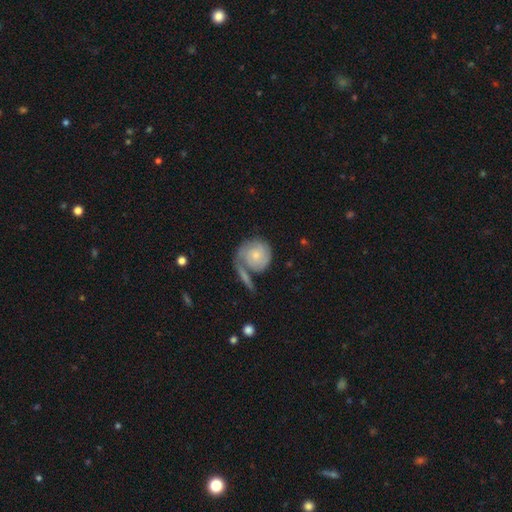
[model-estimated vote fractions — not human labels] smooth-or-featured: featured or disk: 58% | smooth: 36% | star or artifact: 6%
  disk-edge-on: no: 96% | yes: 4%
    bar: no: 80% | weak: 17% | strong: 3%
    has-spiral-arms: yes: 82% | no: 18%
    bulge-size: small: 65% | moderate: 28% | none: 4% | large: 2% | dominant: 1%
  merging: none: 49% | merger: 22% | minor disturbance: 17% | major disturbance: 11%